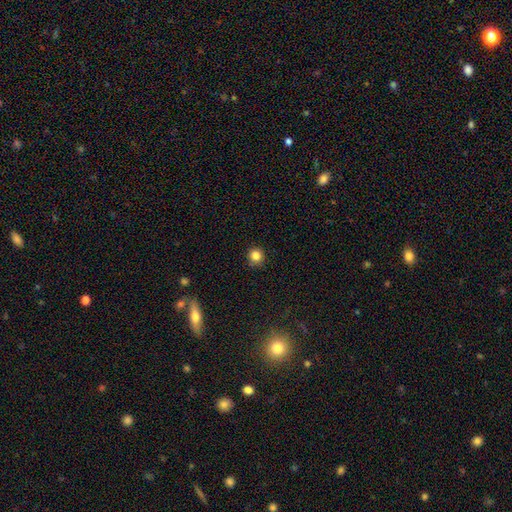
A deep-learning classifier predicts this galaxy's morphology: Smooth or featured? smooth (83%)
How rounded? round (93%)
Merging? none (91%)